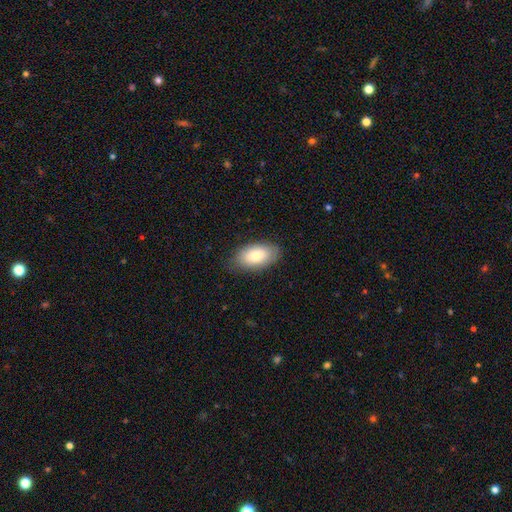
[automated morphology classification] Smooth or featured?
  - smooth: 80% *
  - featured or disk: 14%
  - star or artifact: 7%
How rounded?
  - in between: 94% *
  - round: 4%
  - cigar-shaped: 2%
Merging?
  - none: 83% *
  - minor disturbance: 13%
  - major disturbance: 3%
  - merger: 1%